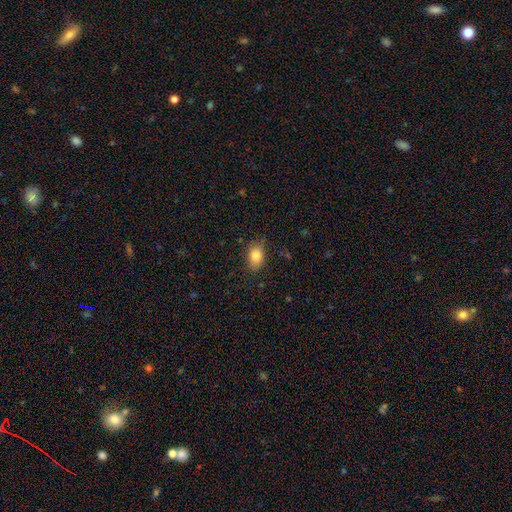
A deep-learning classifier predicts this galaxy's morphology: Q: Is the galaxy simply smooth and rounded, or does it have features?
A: smooth — 85%.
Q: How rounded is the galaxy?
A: in between — 81%.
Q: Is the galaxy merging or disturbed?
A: none — 81%.